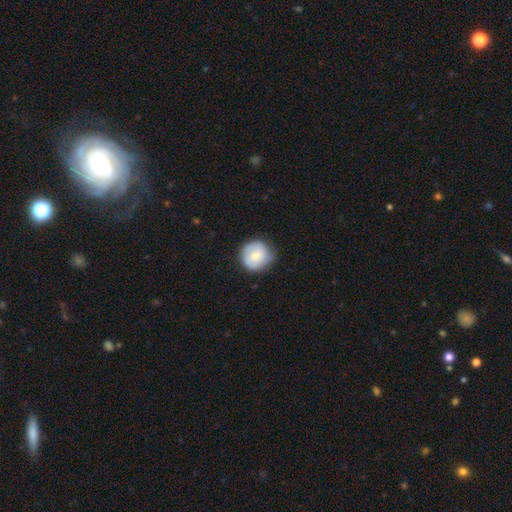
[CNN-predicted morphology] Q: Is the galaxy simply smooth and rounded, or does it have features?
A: smooth — 60%.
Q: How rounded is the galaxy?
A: round — 91%.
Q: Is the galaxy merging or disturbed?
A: none — 73%.